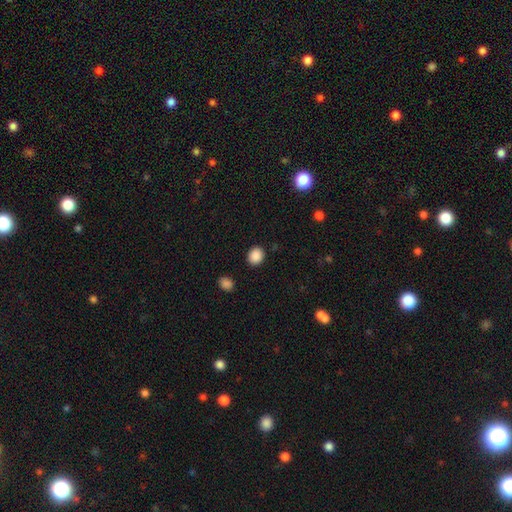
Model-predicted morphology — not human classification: The model was most divided on "how rounded": round: 69%, in between: 30%, cigar-shaped: 1%. More confident: merging — none (89%); smooth or featured — smooth (88%).